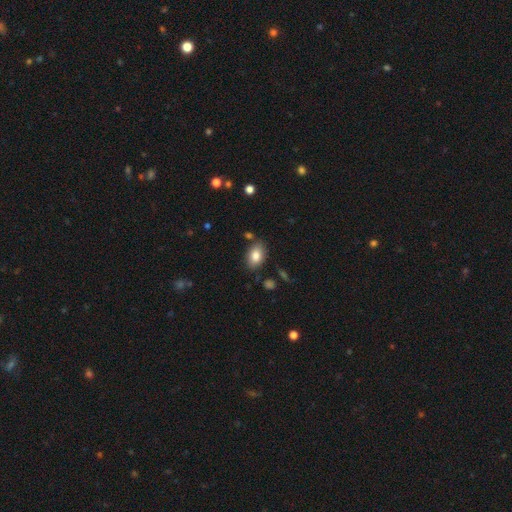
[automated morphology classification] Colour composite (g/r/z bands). It shows a smooth galaxy with no disk features (83%) that is in between round and cigar-shaped (88%). Merging: none (81%).